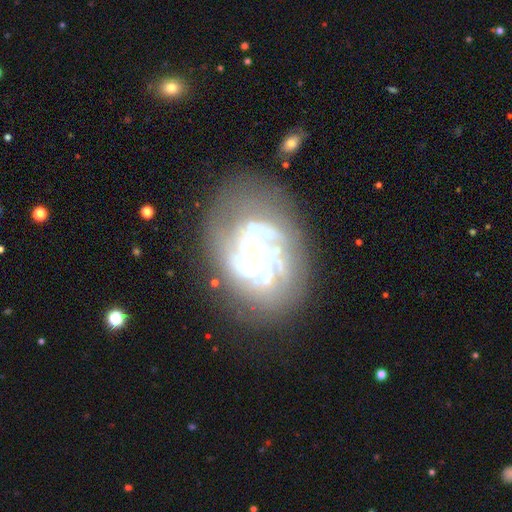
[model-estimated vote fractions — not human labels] Q: Smooth or featured?
A: featured or disk (73%); runner-up: smooth (15%)
Q: Edge-on disk?
A: no (98%); runner-up: yes (2%)
Q: Bar?
A: no (85%); runner-up: weak (11%)
Q: Spiral arms?
A: yes (55%); runner-up: no (45%)
Q: Bulge size?
A: small (51%); runner-up: none (27%)
Q: Merging?
A: none (50%); runner-up: major disturbance (24%)